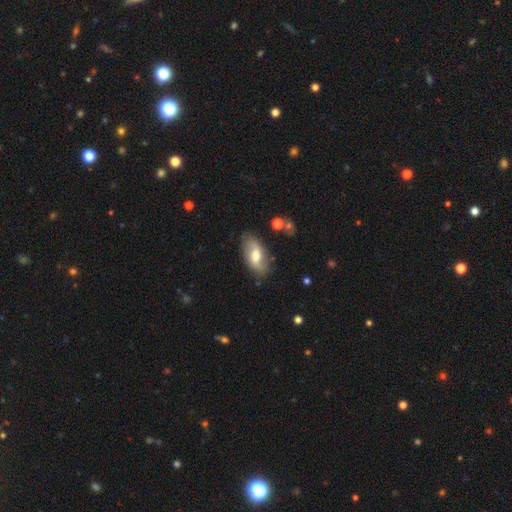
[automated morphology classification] Smooth or featured? smooth (49%)
Merging? none (80%)